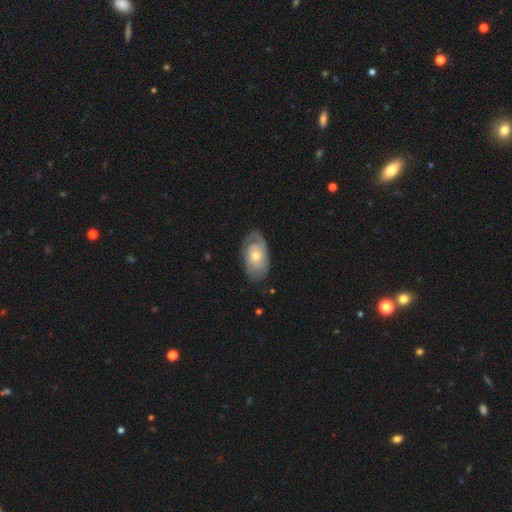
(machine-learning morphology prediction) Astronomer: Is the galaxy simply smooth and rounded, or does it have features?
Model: featured or disk — 70%.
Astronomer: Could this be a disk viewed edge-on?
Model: no — 93%.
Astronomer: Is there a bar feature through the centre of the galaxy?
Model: no — 79%.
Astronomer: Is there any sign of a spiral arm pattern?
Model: yes — 83%.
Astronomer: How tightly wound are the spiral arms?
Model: tight — 66%.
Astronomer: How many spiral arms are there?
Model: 2 — 44% (runner-up: can't tell, 35%).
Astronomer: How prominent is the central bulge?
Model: moderate — 58% (runner-up: small, 37%).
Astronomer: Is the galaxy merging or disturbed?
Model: none — 74%.